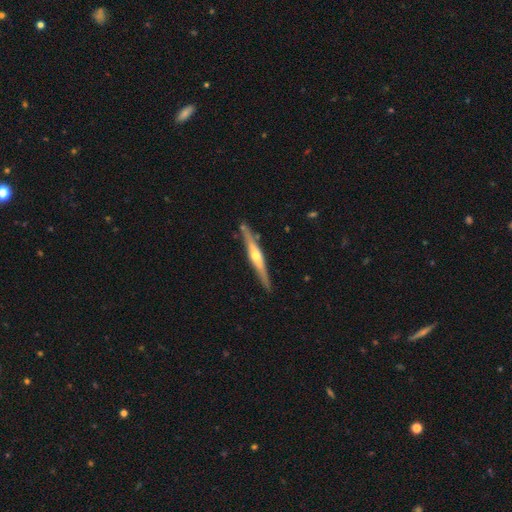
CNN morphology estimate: smooth_or_featured: featured or disk (p=0.76) [alt: smooth p=0.19]
disk_edge_on: yes (p=0.97) [alt: no p=0.03]
edge_on_bulge: rounded (p=0.87) [alt: none p=0.07]
merging: none (p=0.87) [alt: minor disturbance p=0.09]